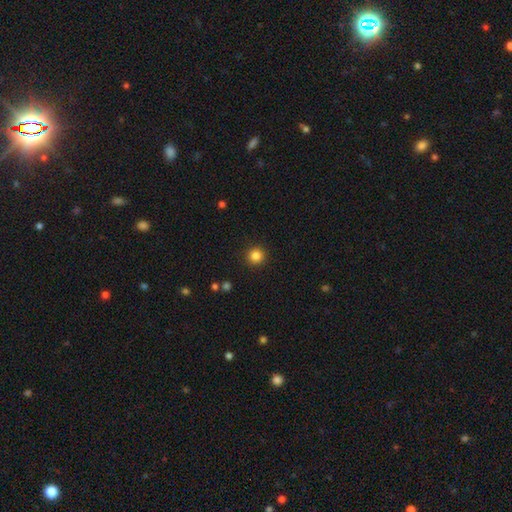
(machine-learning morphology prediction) Overall: smooth (85%). How rounded: round (95%). Merging: none (92%).